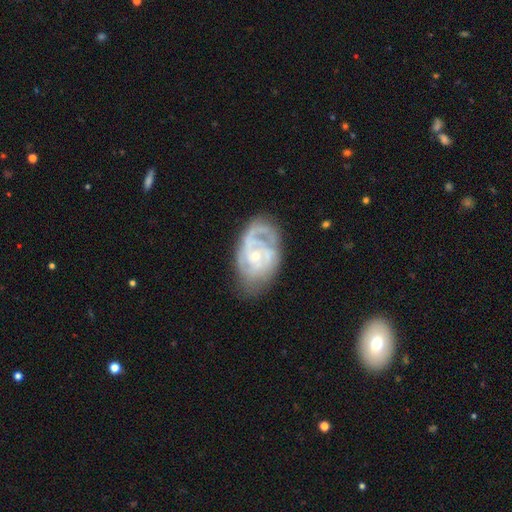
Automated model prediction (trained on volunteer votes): Overall: featured or disk (81%). Edge-on disk: no (96%). Bar: no (71%). Spiral arms: yes (89%). Spiral arm count: can't tell (35%; 2 30%). Spiral winding: tight (57%; medium 33%). Bulge size: small (63%; moderate 33%). Merging: none (58%; minor disturbance 24%).